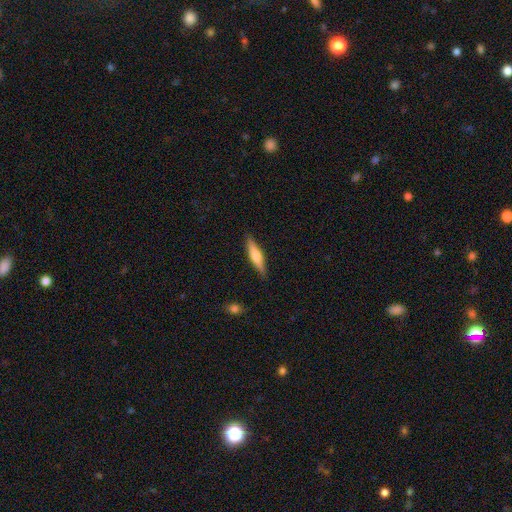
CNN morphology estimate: Q: Smooth or featured?
A: smooth (51%); runner-up: featured or disk (43%)
Q: How rounded?
A: cigar-shaped (79%); runner-up: in between (19%)
Q: Merging?
A: none (88%); runner-up: minor disturbance (9%)